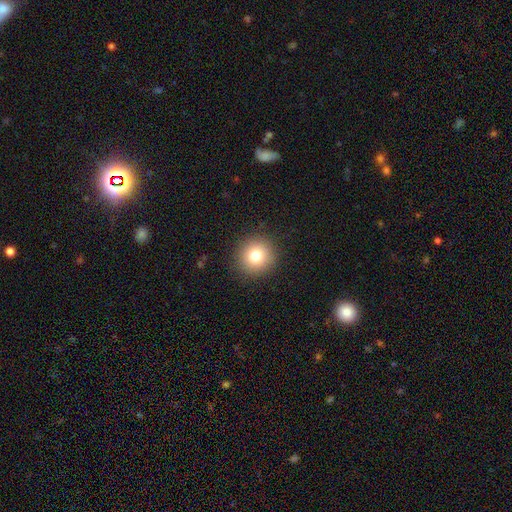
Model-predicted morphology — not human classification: This is likely a smooth galaxy (80%). How rounded: clearly round (94%). Merging: clearly none (91%).